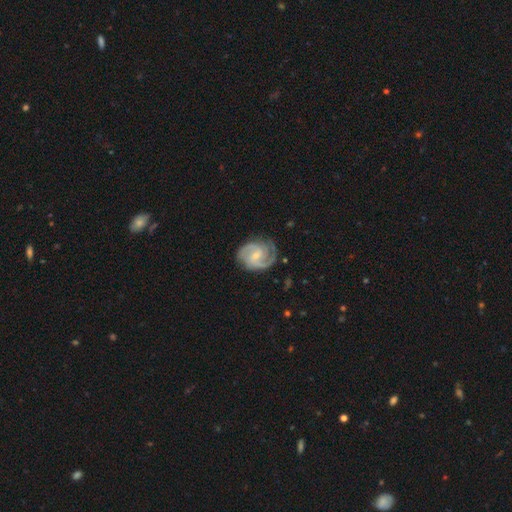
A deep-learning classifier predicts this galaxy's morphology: smooth-or-featured: featured or disk: 90% | smooth: 6% | star or artifact: 4%
  disk-edge-on: no: 98% | yes: 2%
    bar: weak: 49% | no: 38% | strong: 13%
    has-spiral-arms: yes: 98% | no: 2%
      spiral-winding: medium: 50% | tight: 40% | loose: 10%
      spiral-arm-count: 2: 64% | 3: 20% | can't tell: 7% | 1: 3% | 4: 3% | more than 4: 3%
    bulge-size: small: 68% | moderate: 28% | none: 2% | large: 1% | dominant: 1%
  merging: none: 75% | minor disturbance: 17% | major disturbance: 6% | merger: 1%